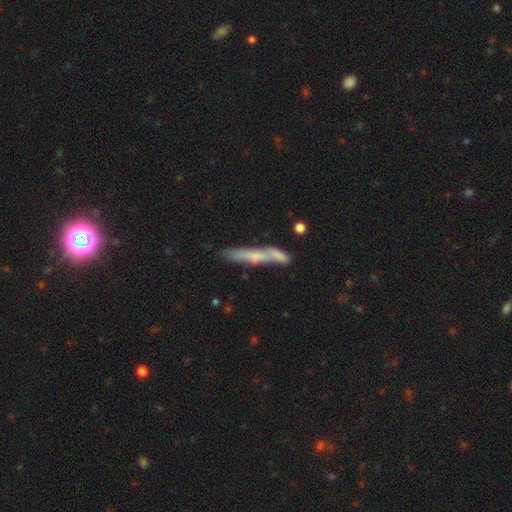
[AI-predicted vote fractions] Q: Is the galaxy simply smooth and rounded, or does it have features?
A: smooth — 52%.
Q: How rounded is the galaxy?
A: cigar-shaped — 92%.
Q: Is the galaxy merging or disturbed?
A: none — 58%.